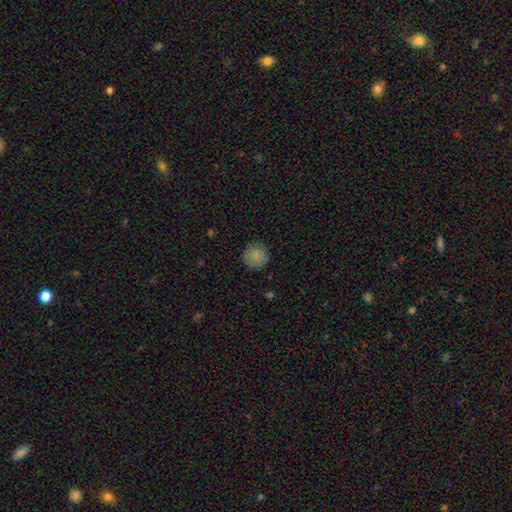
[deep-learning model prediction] smooth_or_featured: smooth (p=0.83) [alt: star or artifact p=0.09]
how_rounded: round (p=0.93) [alt: in between p=0.06]
merging: none (p=0.83) [alt: minor disturbance p=0.13]